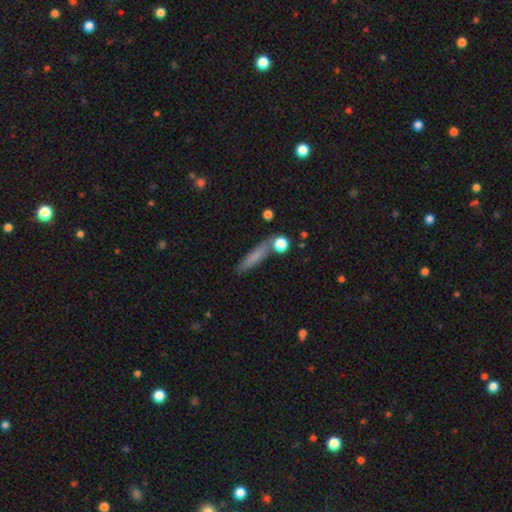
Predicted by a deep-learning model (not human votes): The model was most divided on "smooth or featured": smooth: 69%, featured or disk: 21%, star or artifact: 10%. More confident: how rounded — cigar-shaped (86%); merging — none (76%).